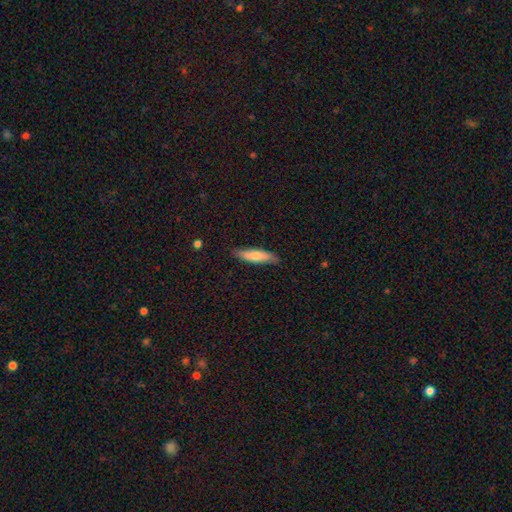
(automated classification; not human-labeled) A smooth galaxy with no disk features (70%) that is cigar-shaped (70%).

Vote fractions:
- Smooth or featured? smooth: 70% / featured or disk: 24% / star or artifact: 6%
- How rounded? cigar-shaped: 70% / in between: 28% / round: 2%
- Merging? none: 83% / minor disturbance: 14% / major disturbance: 2% / merger: 1%